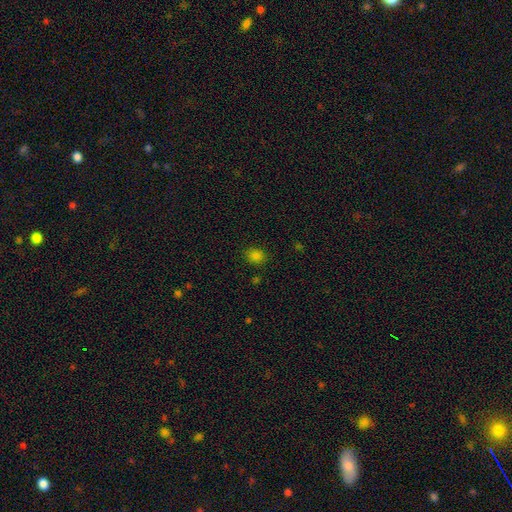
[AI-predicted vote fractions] The model was most divided on "how rounded": round: 68%, in between: 31%, cigar-shaped: 1%. More confident: merging — none (85%); smooth or featured — smooth (80%).